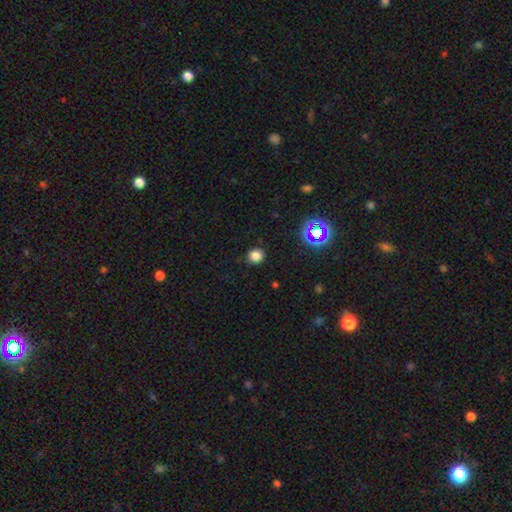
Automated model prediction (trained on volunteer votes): This is likely a smooth galaxy (80%). How rounded: clearly round (84%). Merging: clearly none (88%).